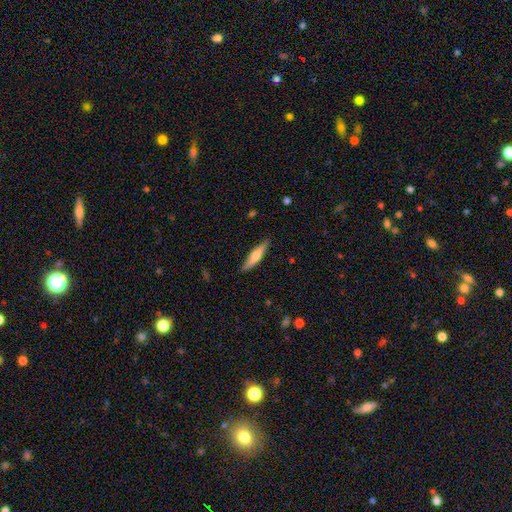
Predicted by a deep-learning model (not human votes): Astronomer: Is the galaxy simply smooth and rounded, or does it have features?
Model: smooth — 59% (runner-up: featured or disk, 36%).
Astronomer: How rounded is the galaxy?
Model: cigar-shaped — 79%.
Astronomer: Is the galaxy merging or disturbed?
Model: none — 87%.